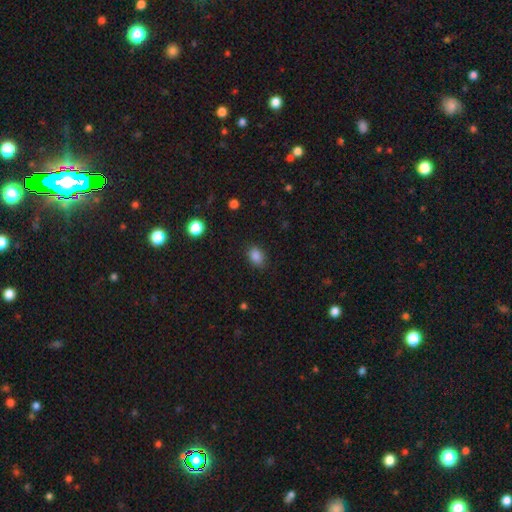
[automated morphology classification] This is clearly a smooth galaxy (86%). How rounded: likely in between (72%). Merging: clearly none (84%).